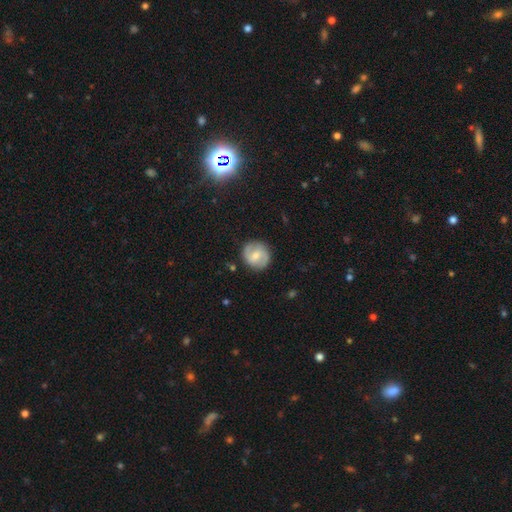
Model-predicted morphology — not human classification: smooth_or_featured: featured or disk (p=0.55) [alt: smooth p=0.39]
disk_edge_on: no (p=0.97) [alt: yes p=0.03]
bar: weak (p=0.54) [alt: no p=0.29]
has_spiral_arms: yes (p=0.85) [alt: no p=0.15]
bulge_size: moderate (p=0.52) [alt: small p=0.39]
merging: none (p=0.85) [alt: minor disturbance p=0.11]